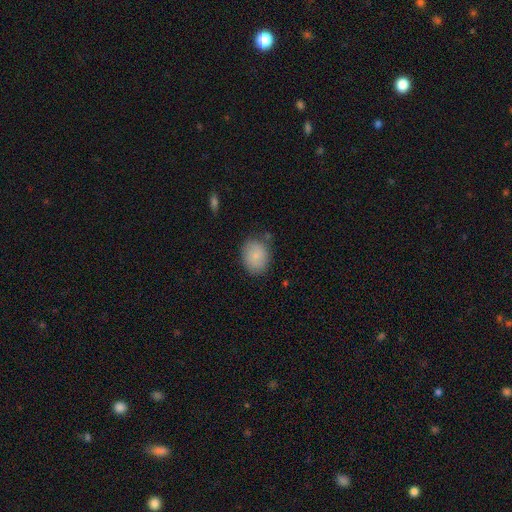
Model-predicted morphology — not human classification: smooth_or_featured: smooth (p=0.84) [alt: featured or disk p=0.09]
how_rounded: in between (p=0.52) [alt: round p=0.47]
merging: none (p=0.77) [alt: minor disturbance p=0.16]